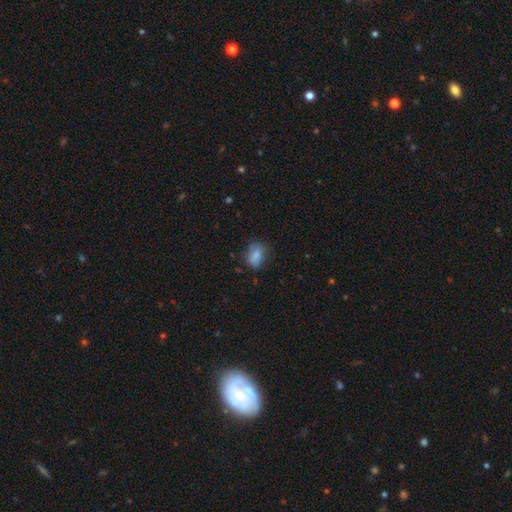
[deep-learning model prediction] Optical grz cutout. It shows a smooth galaxy with no disk features (83%) that is in between round and cigar-shaped (74%). Merging: none (70%).